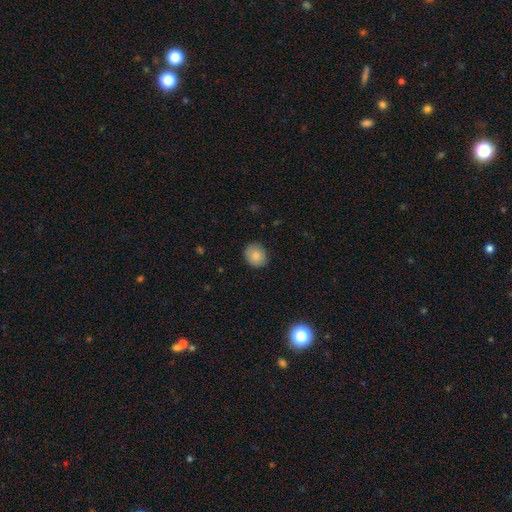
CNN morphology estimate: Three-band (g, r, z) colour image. It shows a smooth galaxy with no disk features (85%) that is round (73%). Merging: none (86%).